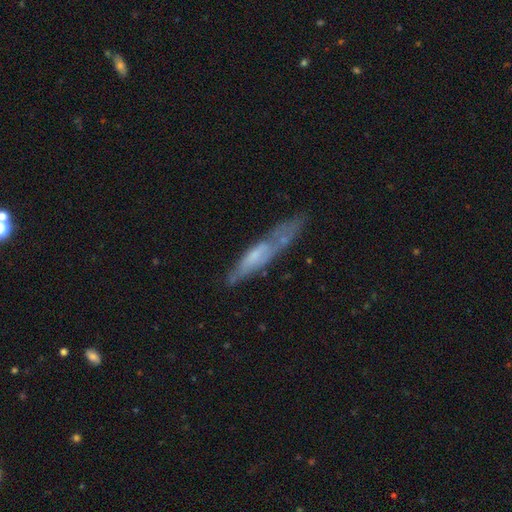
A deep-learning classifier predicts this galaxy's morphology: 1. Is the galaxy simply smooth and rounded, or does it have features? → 54% featured or disk, 39% smooth, 8% star or artifact.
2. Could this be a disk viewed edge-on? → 61% yes, 39% no.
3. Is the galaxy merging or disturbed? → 55% none, 25% minor disturbance, 12% major disturbance, 8% merger.